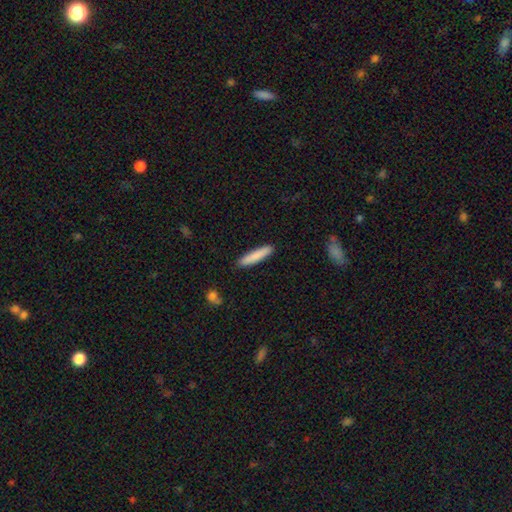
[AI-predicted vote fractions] A smooth galaxy with no disk features (84%) that is cigar-shaped (89%). Merging: none (91%).